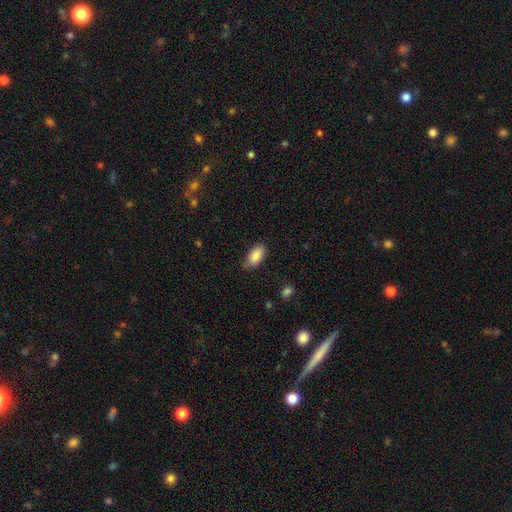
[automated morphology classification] A smooth galaxy with no disk features (89%) that is in between round and cigar-shaped (93%).

Vote fractions:
- Smooth or featured? smooth: 89% / star or artifact: 6% / featured or disk: 4%
- How rounded? in between: 93% / cigar-shaped: 4% / round: 3%
- Merging? none: 80% / minor disturbance: 15% / major disturbance: 3% / merger: 1%